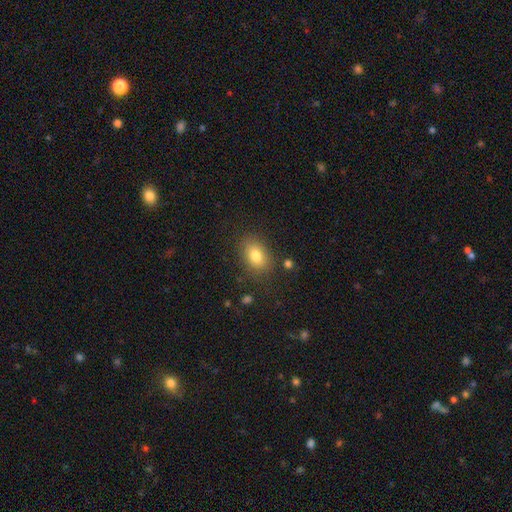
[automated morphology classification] Smooth or featured?
  - smooth: 80% *
  - featured or disk: 10%
  - star or artifact: 10%
How rounded?
  - in between: 79% *
  - round: 19%
  - cigar-shaped: 2%
Merging?
  - none: 82% *
  - minor disturbance: 12%
  - major disturbance: 4%
  - merger: 2%